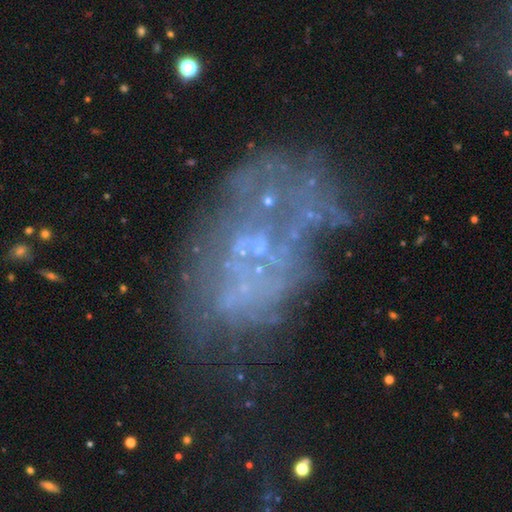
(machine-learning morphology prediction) Smooth or featured?
  - featured or disk: 57% *
  - star or artifact: 23%
  - smooth: 20%
Edge-on disk?
  - no: 97% *
  - yes: 3%
Bar?
  - no: 91% *
  - weak: 6%
  - strong: 3%
Spiral arms?
  - no: 88% *
  - yes: 12%
Bulge size?
  - none: 79% *
  - small: 13%
  - moderate: 4%
  - large: 2%
  - dominant: 1%
Merging?
  - major disturbance: 40% *
  - none: 28%
  - minor disturbance: 17%
  - merger: 15%